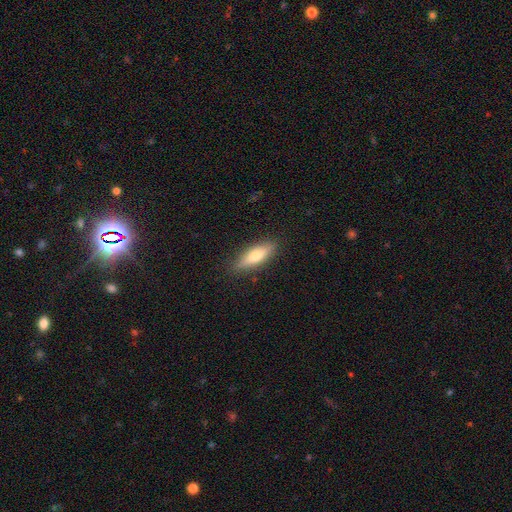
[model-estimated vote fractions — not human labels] Smooth or featured? Predicted: smooth (p=0.64). How rounded? Predicted: cigar-shaped (p=0.56). Merging? Predicted: none (p=0.86).